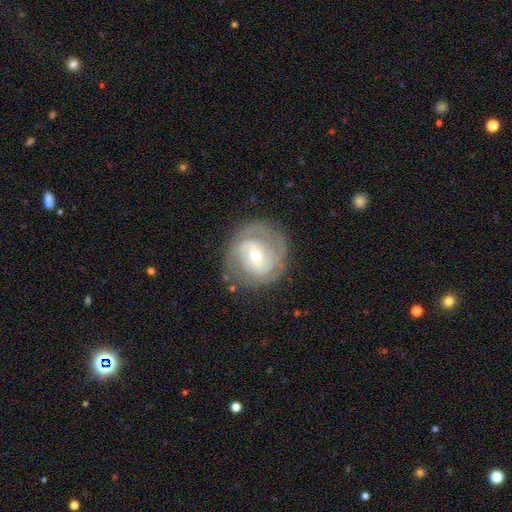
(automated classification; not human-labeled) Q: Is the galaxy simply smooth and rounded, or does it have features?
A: featured or disk — 76%.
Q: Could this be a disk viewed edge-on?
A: no — 97%.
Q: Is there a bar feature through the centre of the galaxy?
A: weak — 41%.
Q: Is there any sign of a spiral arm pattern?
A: yes — 85%.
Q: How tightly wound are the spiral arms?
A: tight — 52%.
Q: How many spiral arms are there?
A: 2 — 54%.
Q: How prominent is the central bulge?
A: moderate — 52%.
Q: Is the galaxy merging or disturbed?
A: none — 74%.